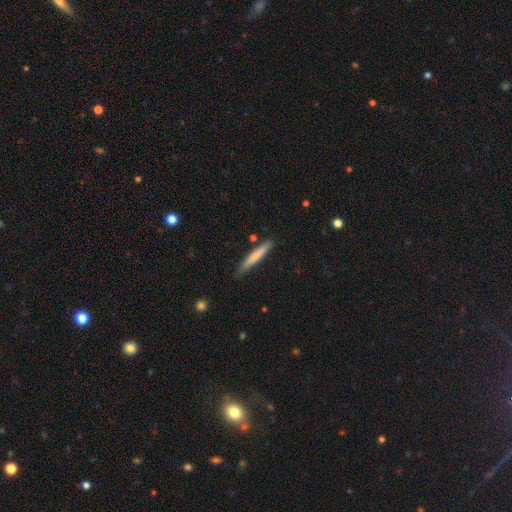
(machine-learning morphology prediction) Q: Smooth or featured?
A: smooth (73%); runner-up: featured or disk (21%)
Q: How rounded?
A: cigar-shaped (95%); runner-up: in between (4%)
Q: Merging?
A: none (83%); runner-up: minor disturbance (12%)